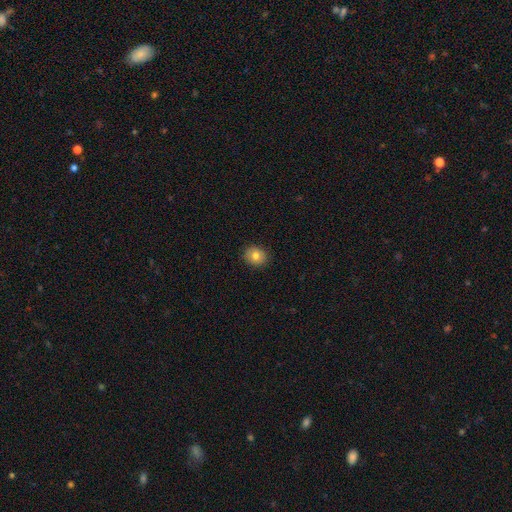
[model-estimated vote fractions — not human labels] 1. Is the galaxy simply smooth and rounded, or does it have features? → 79% smooth, 12% featured or disk, 9% star or artifact.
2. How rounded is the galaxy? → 72% round, 27% in between, 1% cigar-shaped.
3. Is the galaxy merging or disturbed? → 90% none, 8% minor disturbance, 2% major disturbance, 1% merger.